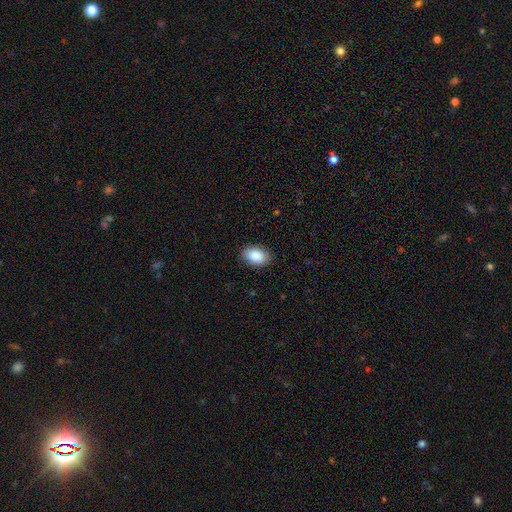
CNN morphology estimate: Smooth or featured? smooth (90%)
How rounded? in between (92%)
Merging? none (87%)